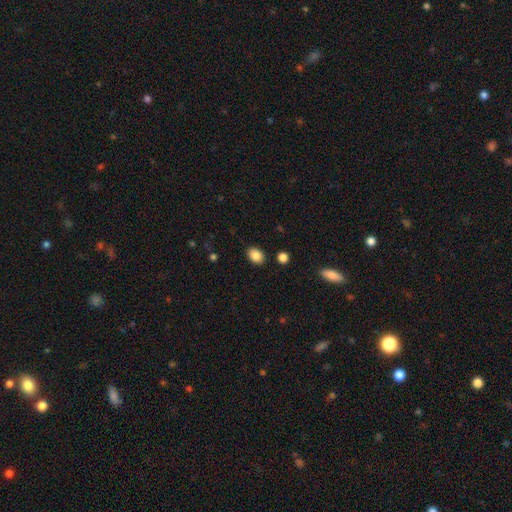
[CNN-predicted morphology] A smooth galaxy with no disk features (86%) that is in between round and cigar-shaped (72%). Merging: none (87%).